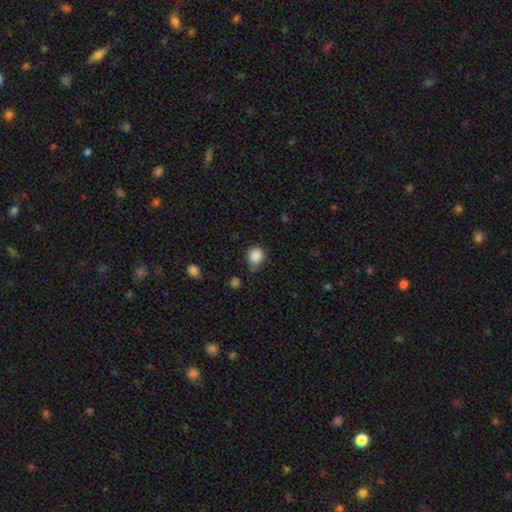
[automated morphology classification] Smooth or featured?
  - smooth: 87% *
  - star or artifact: 10%
  - featured or disk: 4%
How rounded?
  - round: 77% *
  - in between: 22%
  - cigar-shaped: 1%
Merging?
  - none: 60% *
  - minor disturbance: 28%
  - major disturbance: 7%
  - merger: 4%